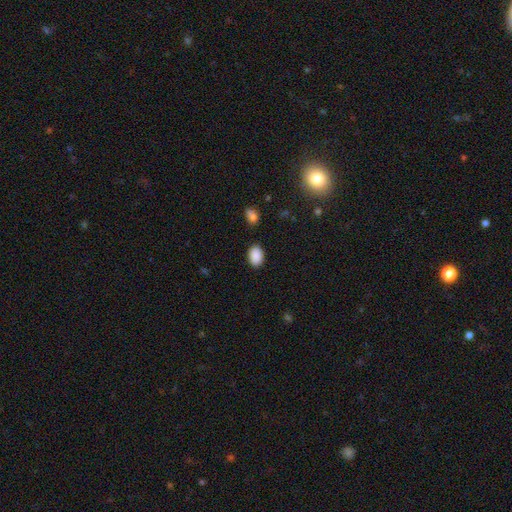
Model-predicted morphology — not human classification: Overall: smooth (90%). How rounded: in between (86%). Merging: none (86%).